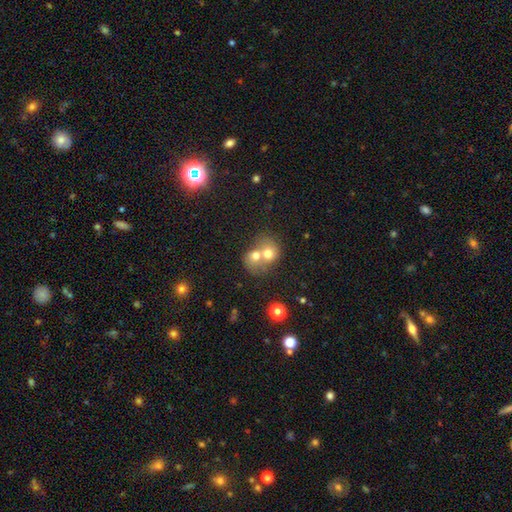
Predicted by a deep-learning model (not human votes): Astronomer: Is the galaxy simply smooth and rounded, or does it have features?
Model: smooth — 65%.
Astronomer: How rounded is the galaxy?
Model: round — 64%.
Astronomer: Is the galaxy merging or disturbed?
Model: merger — 75%.